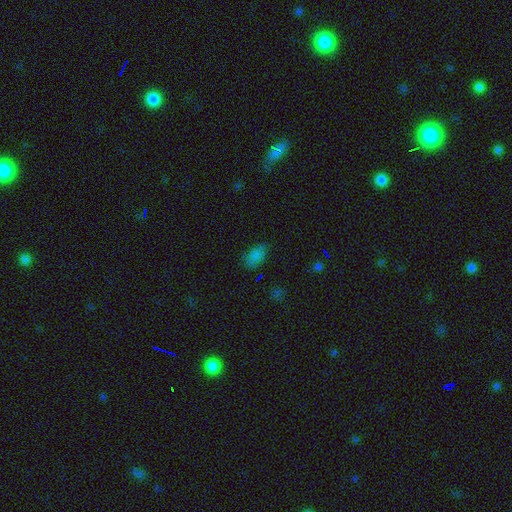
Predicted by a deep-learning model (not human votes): A smooth galaxy with no disk features (81%) that is in between round and cigar-shaped (92%). Merging: none (75%).